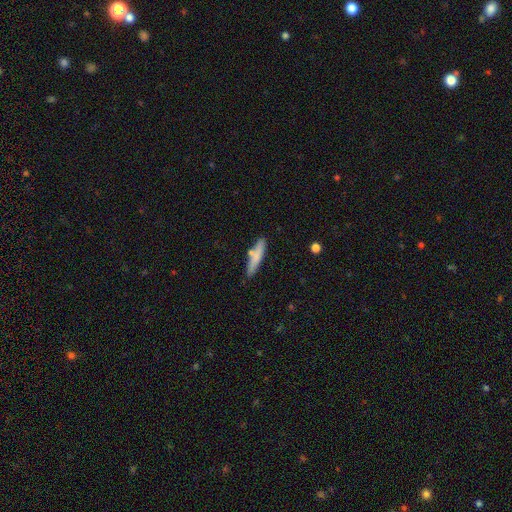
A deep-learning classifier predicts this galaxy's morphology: This is likely a smooth galaxy (75%). How rounded: clearly cigar-shaped (86%). Merging: likely none (76%).